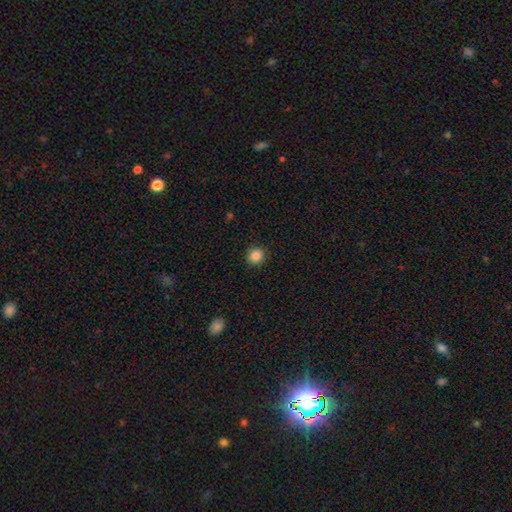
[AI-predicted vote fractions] Overall: smooth (86%). How rounded: round (88%). Merging: none (91%).